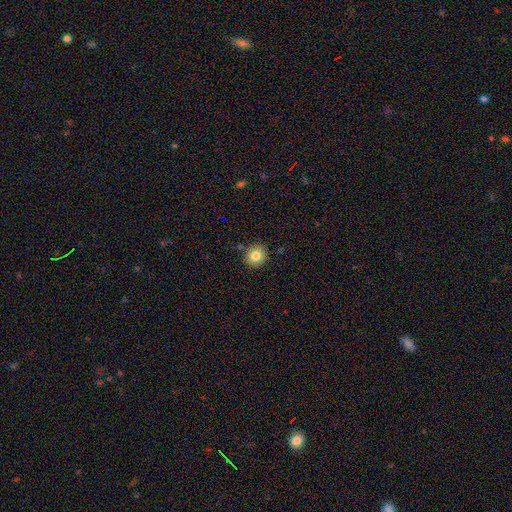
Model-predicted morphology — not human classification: smooth 82%, star or artifact 10%, featured or disk 8%. Down the decision tree: how rounded — round (90%); merging — none (87%).